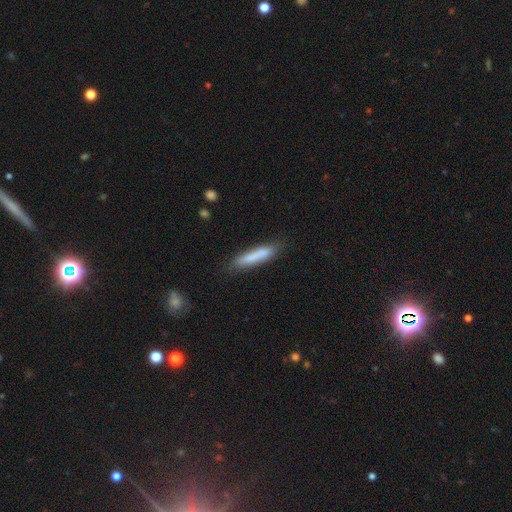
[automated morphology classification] This is likely a smooth galaxy (78%). How rounded: clearly cigar-shaped (89%). Merging: clearly none (81%).